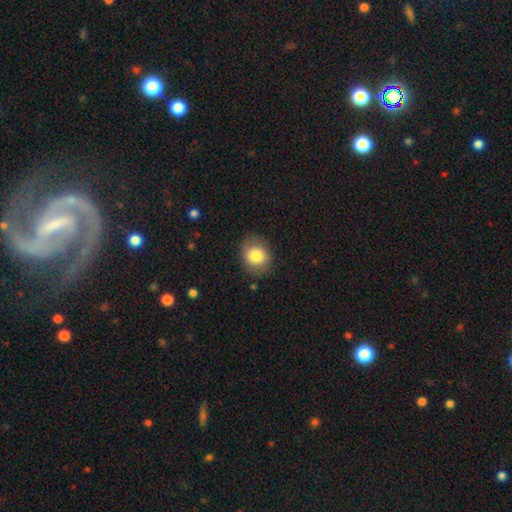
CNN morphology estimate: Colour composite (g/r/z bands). It shows a smooth galaxy with no disk features (82%) that is round (67%). Merging: none (85%).